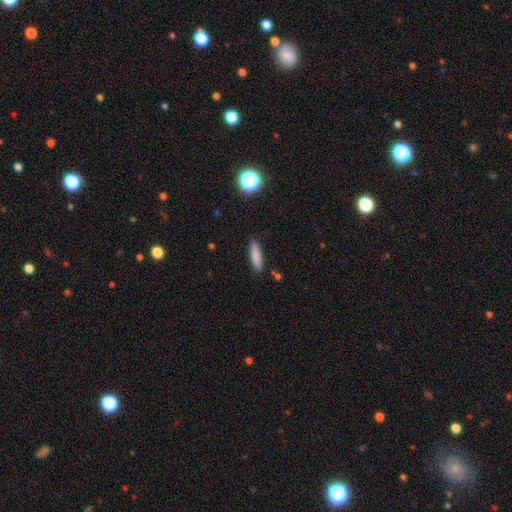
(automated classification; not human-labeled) Smooth or featured?
  - smooth: 83% *
  - featured or disk: 9%
  - star or artifact: 8%
How rounded?
  - cigar-shaped: 70% *
  - in between: 29%
  - round: 2%
Merging?
  - none: 86% *
  - minor disturbance: 10%
  - major disturbance: 2%
  - merger: 2%